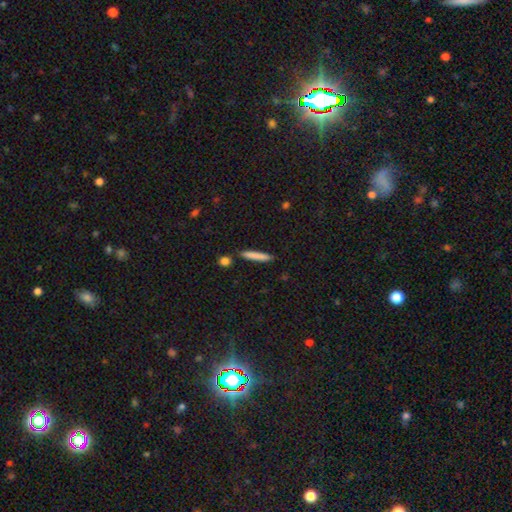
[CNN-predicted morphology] smooth-or-featured: smooth: 81% | featured or disk: 13% | star or artifact: 6%
  how-rounded: cigar-shaped: 93% | in between: 5% | round: 1%
  merging: none: 86% | minor disturbance: 9% | merger: 4% | major disturbance: 2%